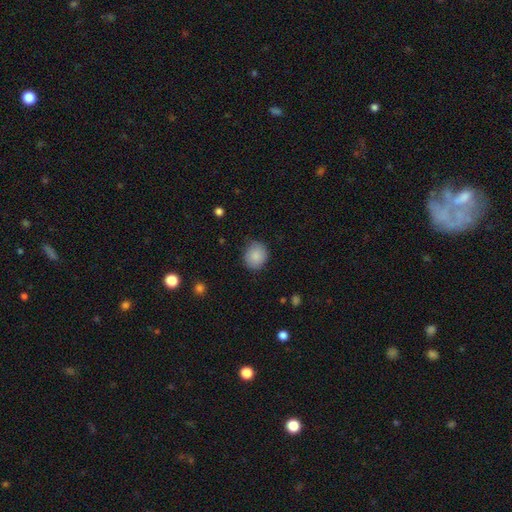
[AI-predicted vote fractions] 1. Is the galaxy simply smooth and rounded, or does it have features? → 87% smooth, 8% star or artifact, 5% featured or disk.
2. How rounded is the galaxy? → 71% round, 28% in between, 1% cigar-shaped.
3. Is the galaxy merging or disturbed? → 82% none, 14% minor disturbance, 3% major disturbance, 1% merger.